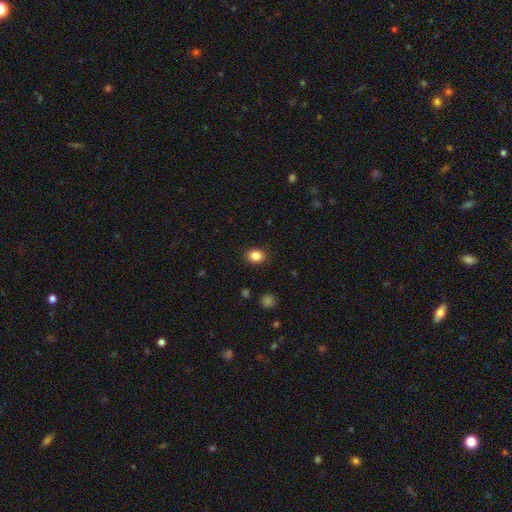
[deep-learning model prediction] This is clearly a smooth galaxy (84%). How rounded: possibly round (57%). Merging: clearly none (89%).